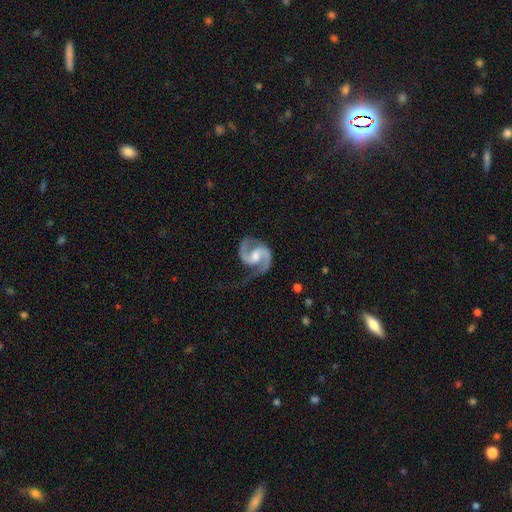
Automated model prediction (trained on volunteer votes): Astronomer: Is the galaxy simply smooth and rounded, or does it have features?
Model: featured or disk — 93%.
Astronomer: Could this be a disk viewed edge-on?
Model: no — 98%.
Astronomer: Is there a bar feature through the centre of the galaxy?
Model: weak — 49% (runner-up: no, 32%).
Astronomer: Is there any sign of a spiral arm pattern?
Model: yes — 98%.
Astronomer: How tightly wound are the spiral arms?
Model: medium — 61%.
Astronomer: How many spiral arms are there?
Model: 2 — 93%.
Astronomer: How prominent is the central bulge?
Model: moderate — 57%.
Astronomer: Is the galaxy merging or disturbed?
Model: none — 64%.